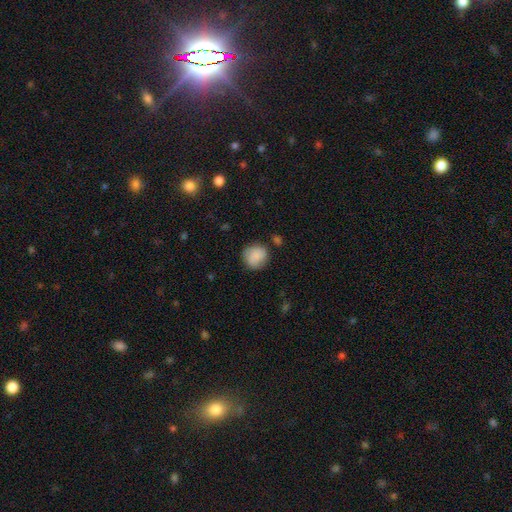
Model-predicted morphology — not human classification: Overall: smooth (86%). How rounded: round (86%). Merging: none (77%).